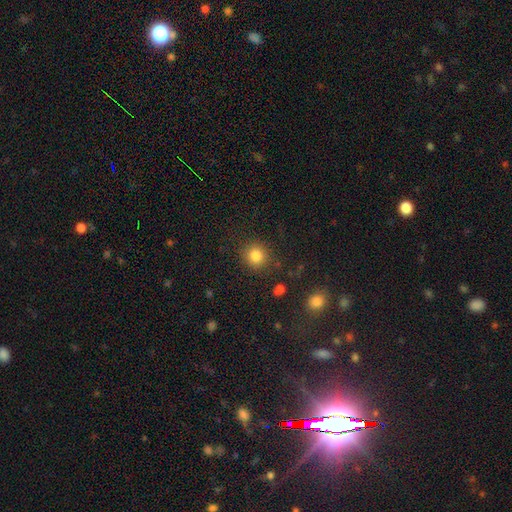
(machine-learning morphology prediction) Smooth or featured?
  - smooth: 83% *
  - star or artifact: 12%
  - featured or disk: 5%
How rounded?
  - round: 90% *
  - in between: 9%
  - cigar-shaped: 1%
Merging?
  - none: 87% *
  - minor disturbance: 8%
  - major disturbance: 3%
  - merger: 2%